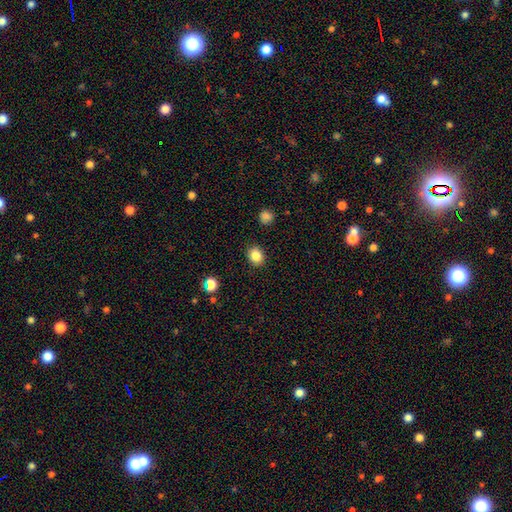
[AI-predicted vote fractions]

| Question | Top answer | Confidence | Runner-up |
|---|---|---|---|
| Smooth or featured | smooth | 84% | star or artifact (10%) |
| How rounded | round | 61% | in between (38%) |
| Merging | none | 89% | minor disturbance (7%) |